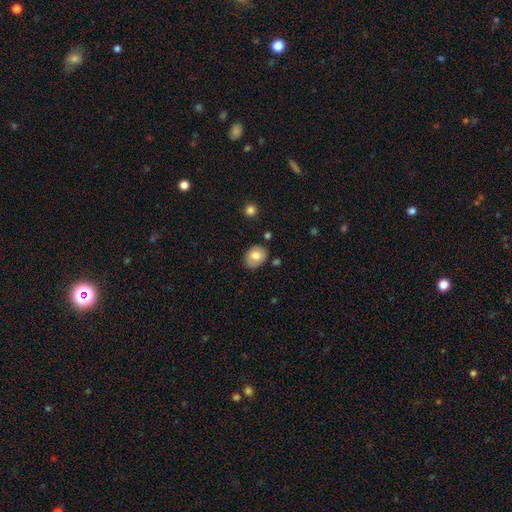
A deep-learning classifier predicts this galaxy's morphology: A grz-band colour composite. It shows a smooth galaxy with no disk features (75%) that is in between round and cigar-shaped (55%). Merging: none (75%).